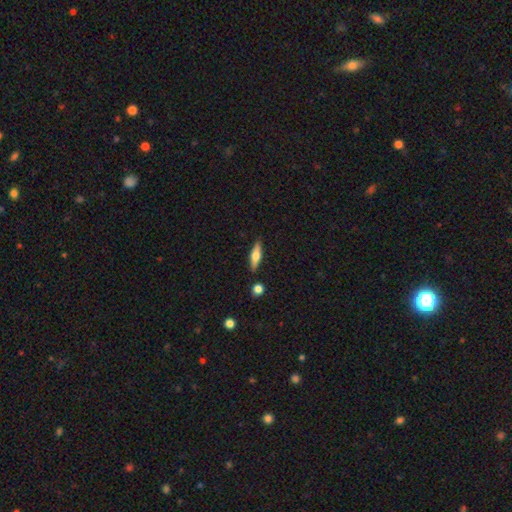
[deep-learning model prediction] Smooth or featured? smooth (47%)
Merging? none (86%)